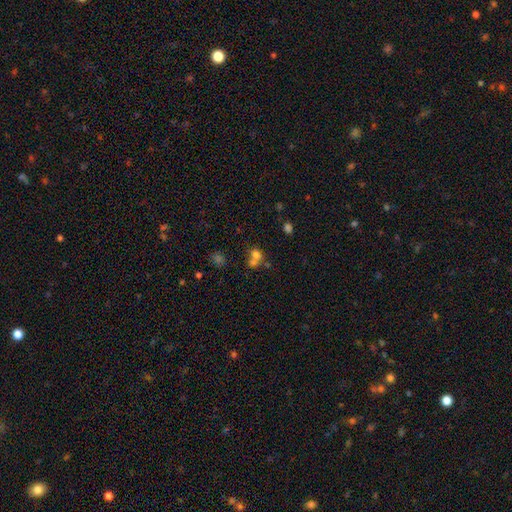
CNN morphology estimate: A smooth galaxy with no disk features (67%) that is round (70%). Merging: merger (57%).